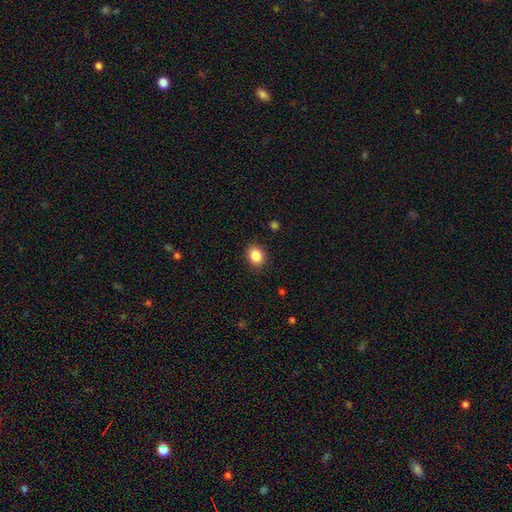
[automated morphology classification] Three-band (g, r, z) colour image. It shows a smooth galaxy with no disk features (86%) that is round (62%). Merging: none (88%).